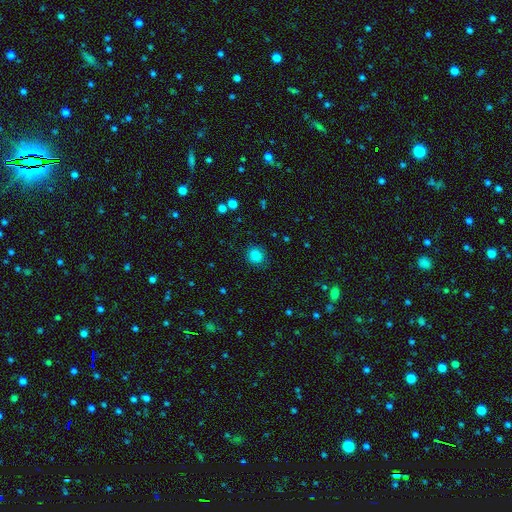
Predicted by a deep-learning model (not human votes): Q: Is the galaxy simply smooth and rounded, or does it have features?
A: smooth — 84%.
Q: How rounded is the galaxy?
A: round — 88%.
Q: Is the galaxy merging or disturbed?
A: none — 85%.